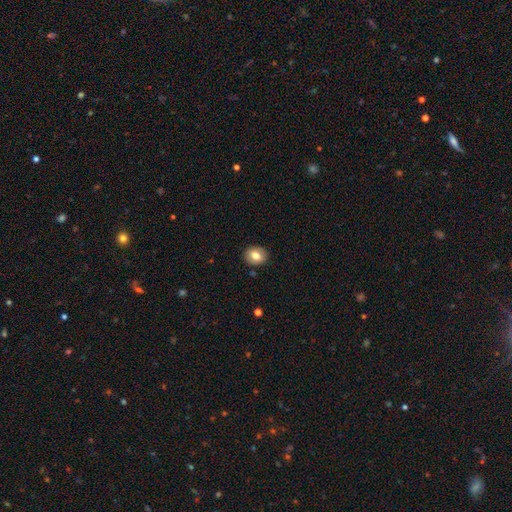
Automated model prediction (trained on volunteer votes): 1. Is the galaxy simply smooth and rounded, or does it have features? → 76% smooth, 15% featured or disk, 8% star or artifact.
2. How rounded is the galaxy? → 57% round, 42% in between, 1% cigar-shaped.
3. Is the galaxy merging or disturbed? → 89% none, 8% minor disturbance, 2% major disturbance, 1% merger.